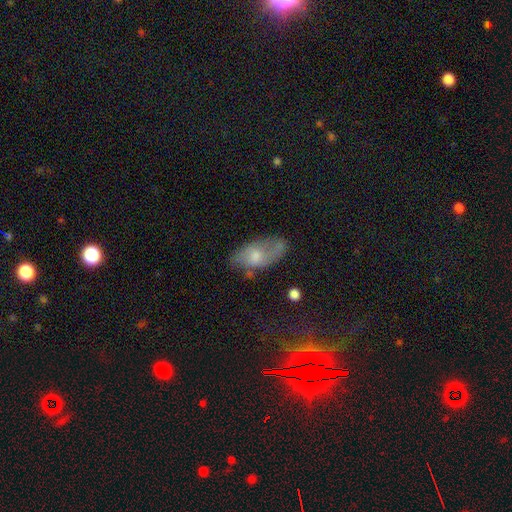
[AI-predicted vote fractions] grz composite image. It shows a featured or disk galaxy (46%). Merging: none (60%).